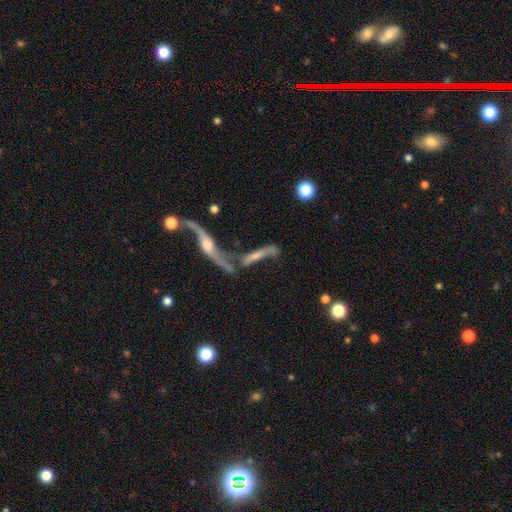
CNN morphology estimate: This appears to be a featured or disk galaxy (70%). Merging: merger (46%).